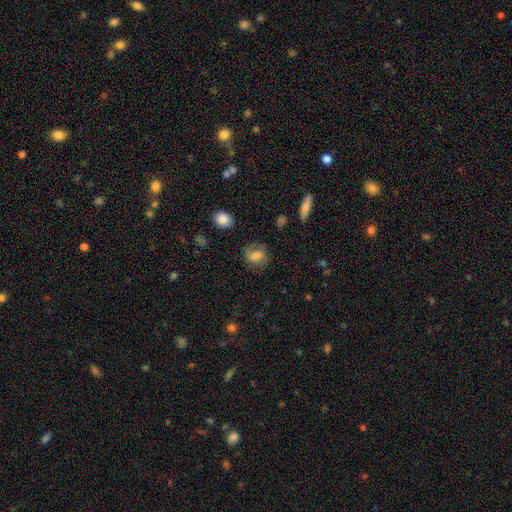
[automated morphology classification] A smooth galaxy with no disk features (70%) that is in between round and cigar-shaped (49%, tied with round).

Vote fractions:
- Smooth or featured? smooth: 70% / featured or disk: 20% / star or artifact: 10%
- How rounded? in between: 49% (tied) / round: 49% (tied) / cigar-shaped: 2%
- Merging? none: 72% / minor disturbance: 17% / major disturbance: 8% / merger: 2%